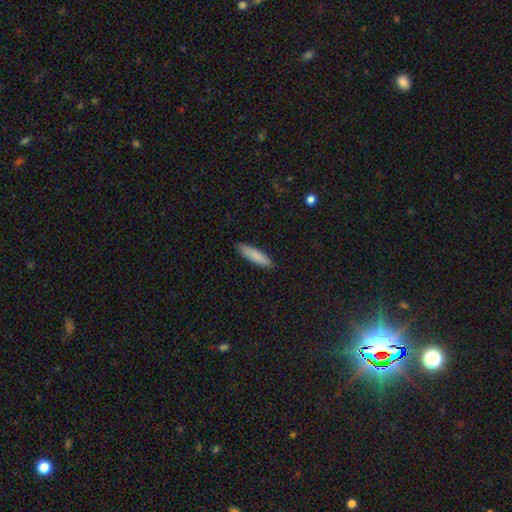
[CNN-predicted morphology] smooth 85%, featured or disk 9%, star or artifact 6%. Down the decision tree: how rounded — cigar-shaped (70%); merging — none (89%).